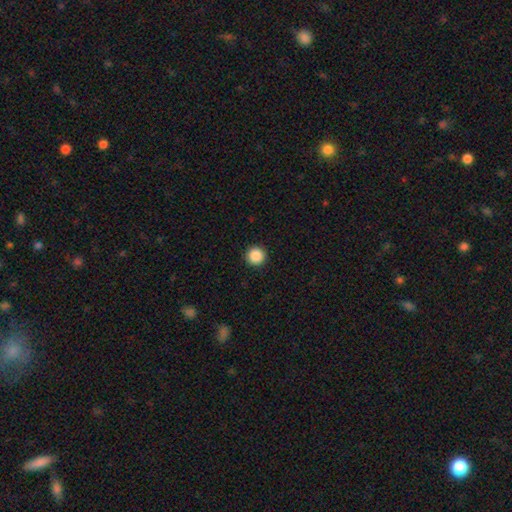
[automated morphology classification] Overall: smooth (88%). How rounded: round (97%). Merging: none (93%).